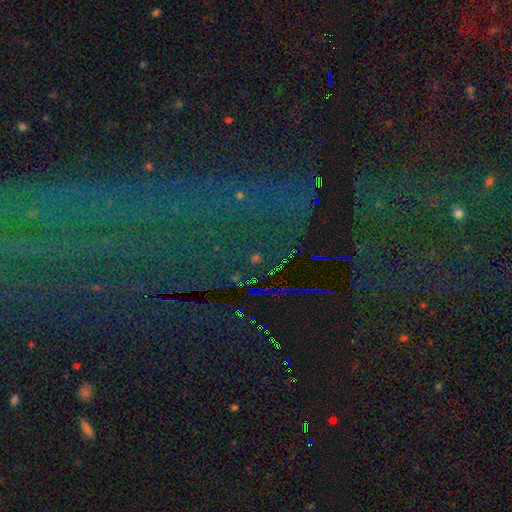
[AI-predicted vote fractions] Morphology: type=star or artifact (84%).